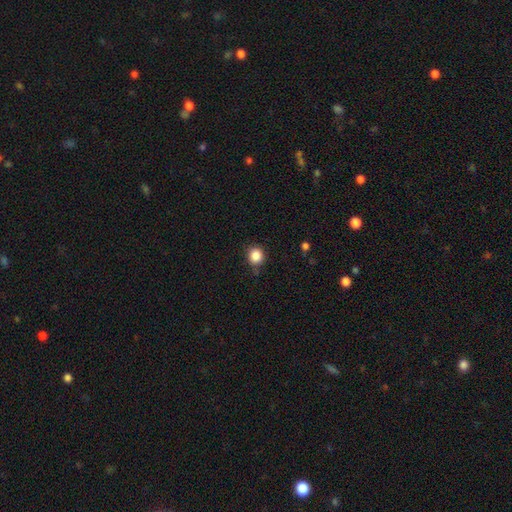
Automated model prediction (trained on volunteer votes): A smooth galaxy with no disk features (86%) that is round (84%). Merging: none (81%).